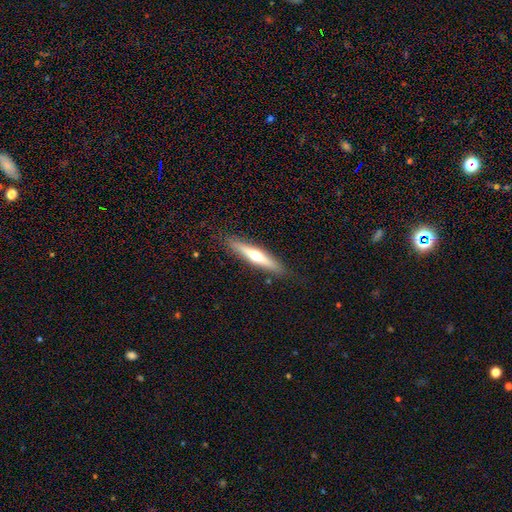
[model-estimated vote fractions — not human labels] smooth-or-featured: featured or disk: 55% | smooth: 39% | star or artifact: 6%
  disk-edge-on: yes: 94% | no: 6%
    edge-on-bulge: rounded: 90% | none: 7% | boxy: 3%
  merging: none: 87% | minor disturbance: 9% | major disturbance: 2% | merger: 1%